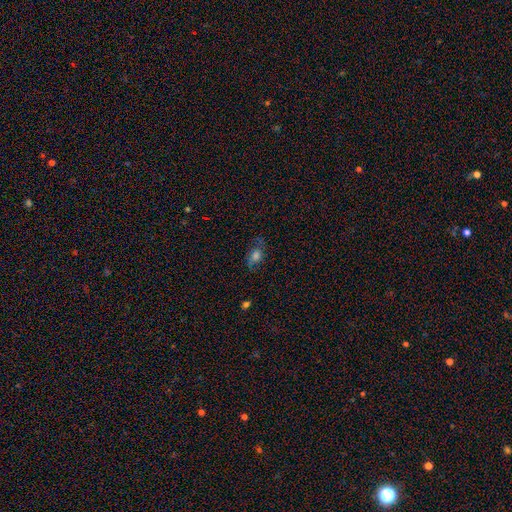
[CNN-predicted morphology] This is possibly a smooth galaxy (54%). How rounded: likely in between (71%). Merging: likely none (68%).